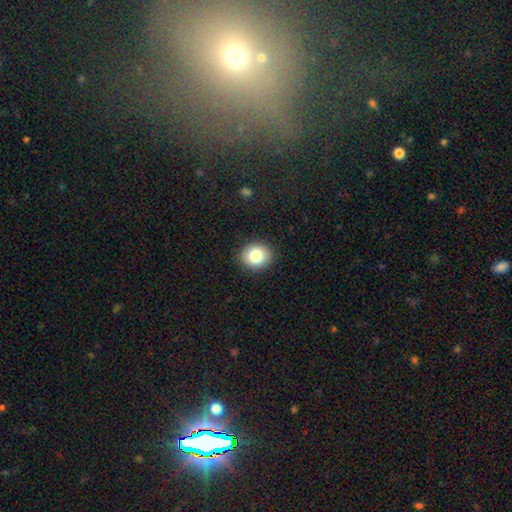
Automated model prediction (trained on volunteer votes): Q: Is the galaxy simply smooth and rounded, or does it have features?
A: smooth — 82%.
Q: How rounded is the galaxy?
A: round — 70%.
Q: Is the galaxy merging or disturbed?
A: none — 90%.